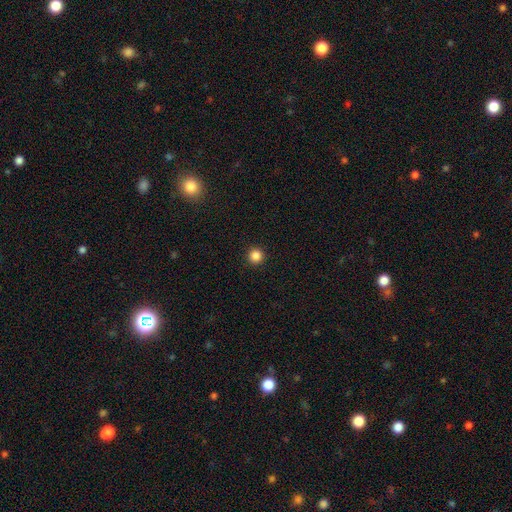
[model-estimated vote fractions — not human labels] Smooth or featured?
  - smooth: 85% *
  - star or artifact: 12%
  - featured or disk: 3%
How rounded?
  - round: 96% *
  - in between: 3%
  - cigar-shaped: 1%
Merging?
  - none: 94% *
  - minor disturbance: 4%
  - major disturbance: 1%
  - merger: 1%